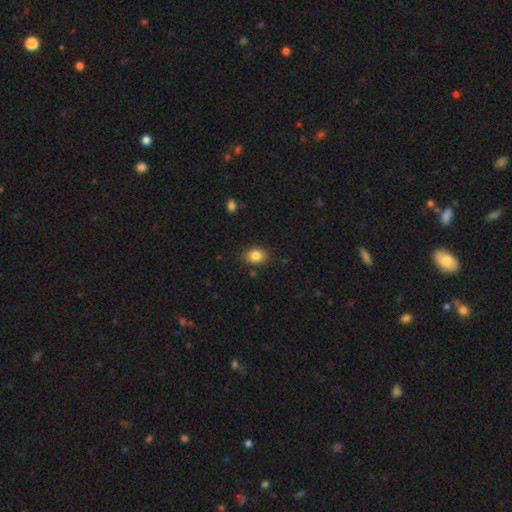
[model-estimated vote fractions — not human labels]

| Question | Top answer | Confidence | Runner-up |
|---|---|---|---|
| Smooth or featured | smooth | 85% | star or artifact (9%) |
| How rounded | in between | 62% | round (37%) |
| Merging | none | 87% | minor disturbance (9%) |